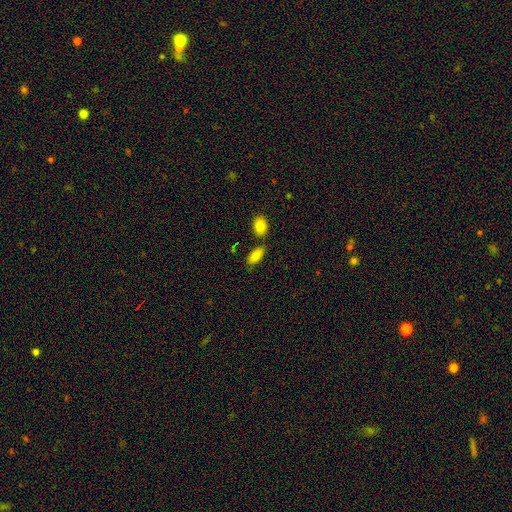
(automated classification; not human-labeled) Morphology: type=smooth (86%); roundness=in between (87%); merging=none (71%).